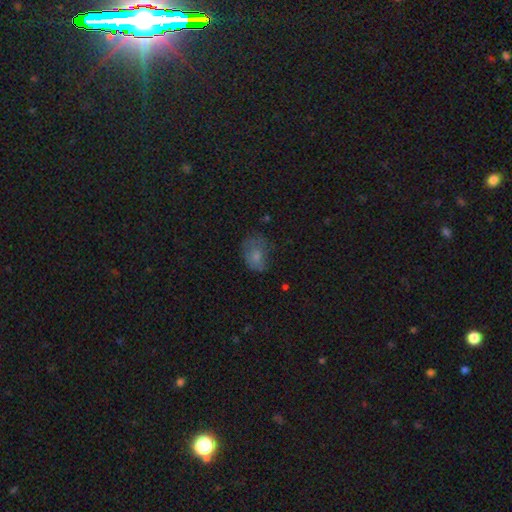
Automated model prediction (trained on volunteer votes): Smooth or featured? Predicted: smooth (p=0.64). How rounded? Predicted: in between (p=0.70). Merging? Predicted: none (p=0.43).